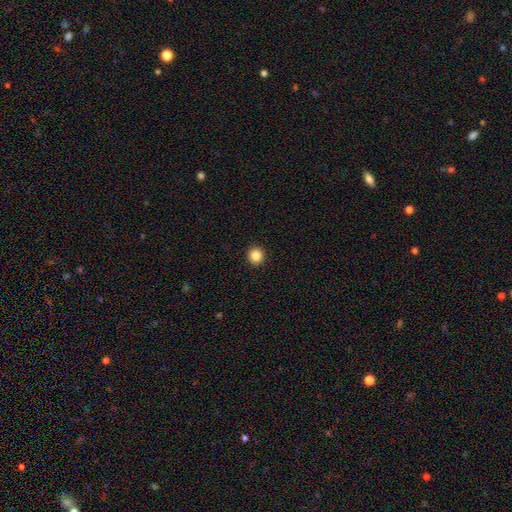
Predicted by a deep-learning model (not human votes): Smooth or featured? smooth (85%)
How rounded? round (93%)
Merging? none (94%)